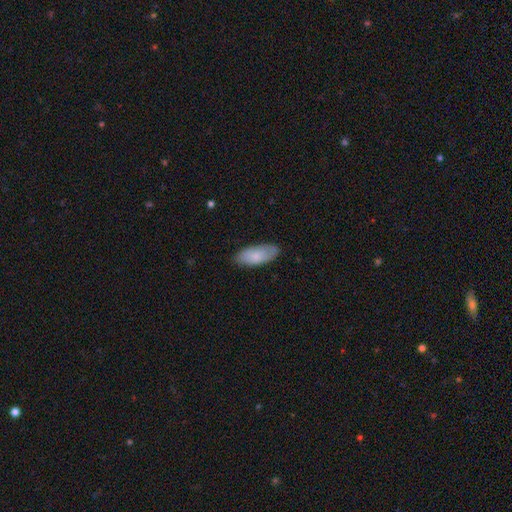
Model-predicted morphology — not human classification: smooth 81%, featured or disk 13%, star or artifact 6%. Down the decision tree: how rounded — in between (87%); merging — none (82%).